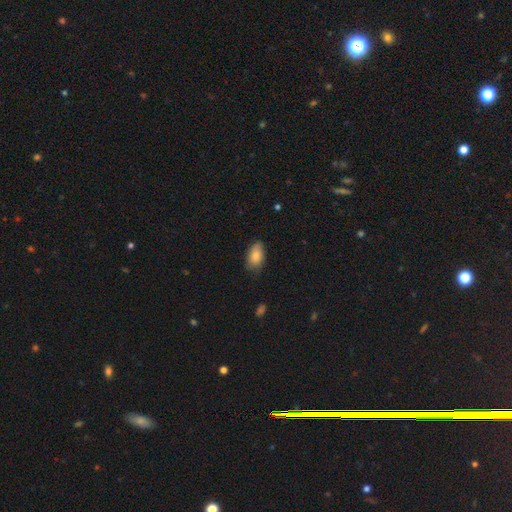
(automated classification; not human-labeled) smooth-or-featured: smooth: 84% | featured or disk: 9% | star or artifact: 7%
  how-rounded: in between: 92% | round: 5% | cigar-shaped: 3%
  merging: none: 70% | minor disturbance: 25% | major disturbance: 4% | merger: 1%